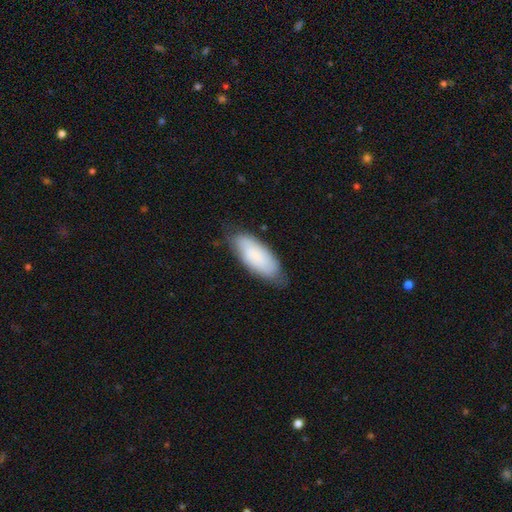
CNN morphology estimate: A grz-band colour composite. It shows a smooth galaxy with no disk features (79%) that is in between round and cigar-shaped (82%). Merging: none (71%).